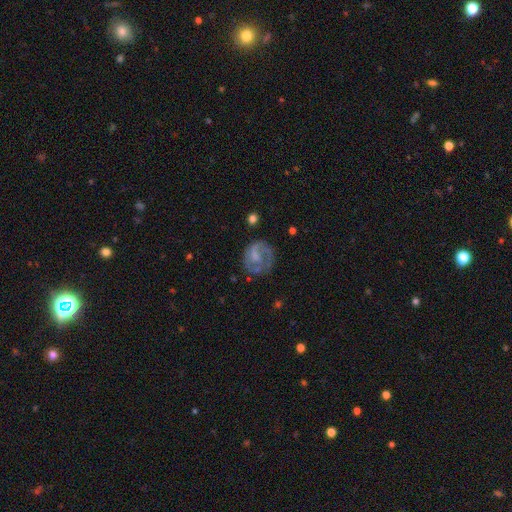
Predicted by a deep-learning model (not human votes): A featured or disk galaxy (62%) with no bar (46%), spiral arms (72%) and no central bulge (41%).

Vote fractions:
- Smooth or featured? featured or disk: 62% / smooth: 30% / star or artifact: 8%
- Edge-on disk? no: 97% / yes: 3%
- Bar? no: 46% / weak: 41% / strong: 13%
- Spiral arms? yes: 72% / no: 28%
- Bulge size? none: 41% / small: 26% / moderate: 25% / large: 6% / dominant: 1%
- Merging? none: 59% / minor disturbance: 21% / major disturbance: 17% / merger: 2%